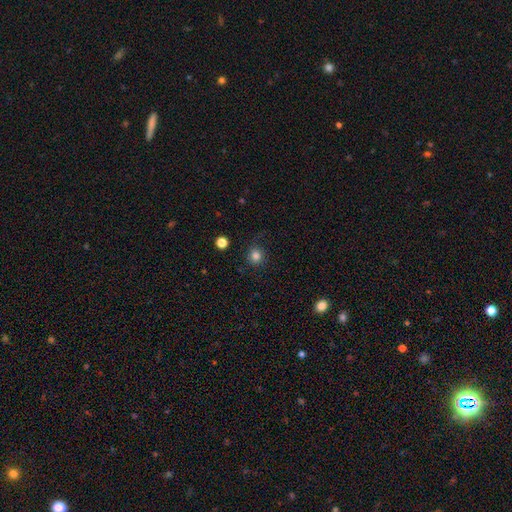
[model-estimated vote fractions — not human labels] Smooth or featured: smooth — 83% (star or artifact — 13%)
How rounded: round — 90% (in between — 9%)
Merging: none — 84% (minor disturbance — 11%)